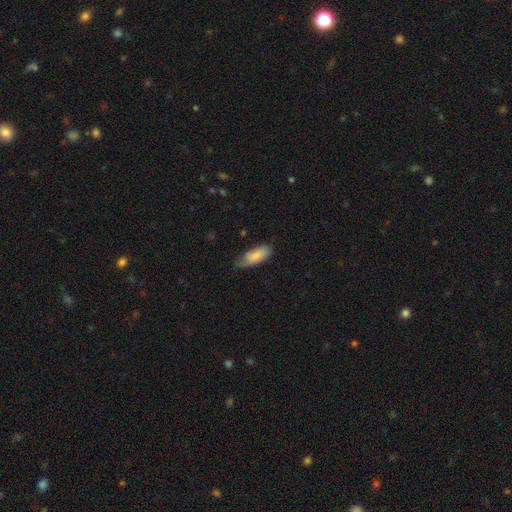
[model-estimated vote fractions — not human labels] This appears to be a smooth galaxy with no disk features (78%) that is in between round and cigar-shaped (80%). Merging: none (53%).